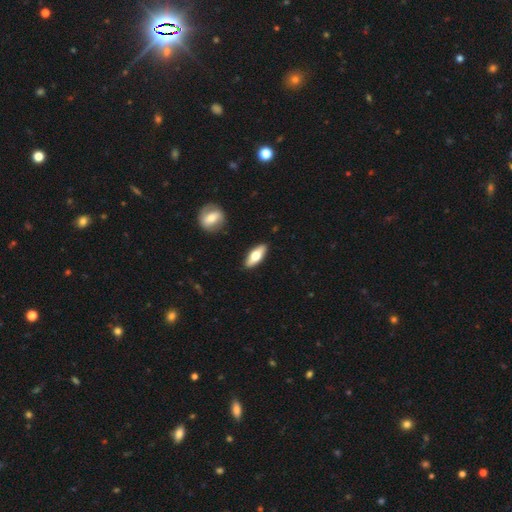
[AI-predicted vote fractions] smooth-or-featured: smooth: 59% | featured or disk: 36% | star or artifact: 6%
  how-rounded: in between: 66% | cigar-shaped: 31% | round: 3%
  merging: none: 89% | minor disturbance: 8% | major disturbance: 2% | merger: 2%